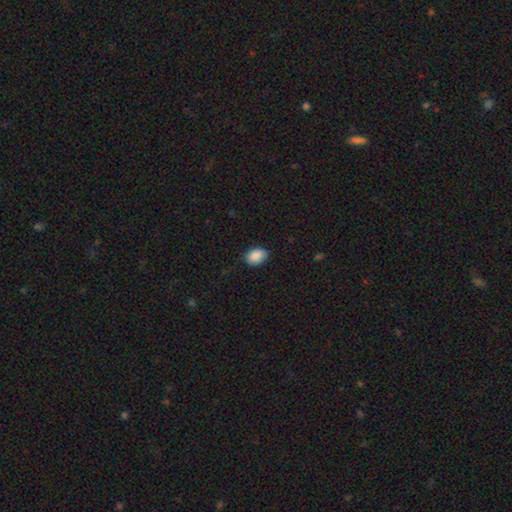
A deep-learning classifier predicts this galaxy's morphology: smooth 88%, star or artifact 7%, featured or disk 5%. Down the decision tree: how rounded — in between (84%); merging — none (80%).